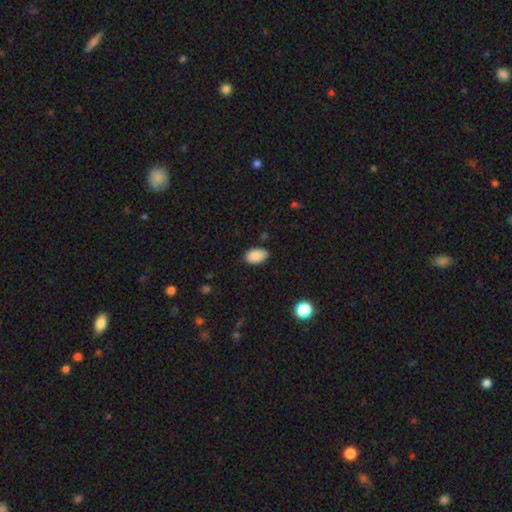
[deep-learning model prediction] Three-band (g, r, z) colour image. It shows a smooth galaxy with no disk features (89%) that is in between round and cigar-shaped (92%). Merging: none (84%).